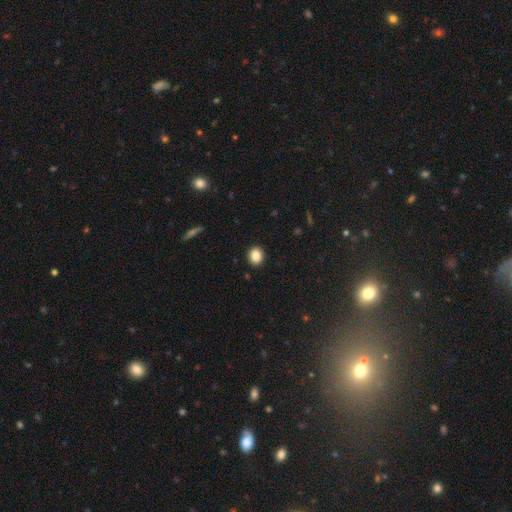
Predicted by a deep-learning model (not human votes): Q: Smooth or featured?
A: smooth (86%); runner-up: star or artifact (9%)
Q: How rounded?
A: round (70%); runner-up: in between (29%)
Q: Merging?
A: none (92%); runner-up: minor disturbance (6%)